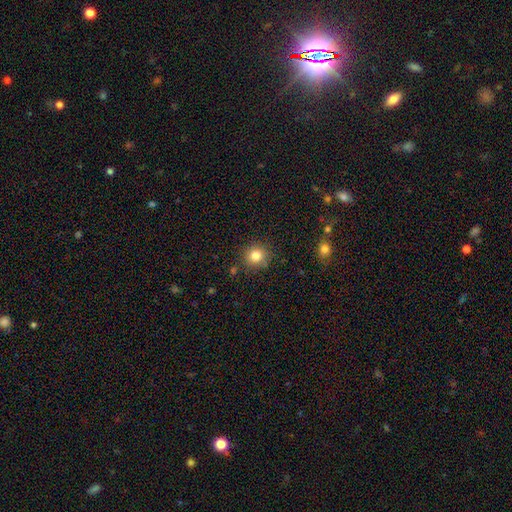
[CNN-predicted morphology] Smooth or featured? Predicted: smooth (p=0.82). How rounded? Predicted: round (p=0.90). Merging? Predicted: none (p=0.85).